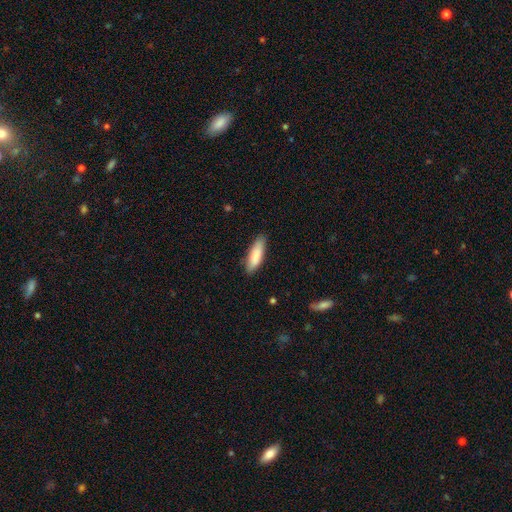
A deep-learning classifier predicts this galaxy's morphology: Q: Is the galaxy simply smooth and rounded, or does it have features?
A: smooth — 86%.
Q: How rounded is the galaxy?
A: cigar-shaped — 51%.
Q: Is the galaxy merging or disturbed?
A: none — 84%.